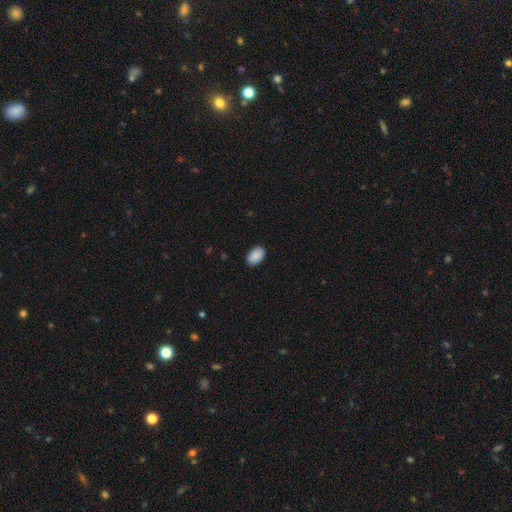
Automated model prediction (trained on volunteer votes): smooth-or-featured: smooth: 90% | star or artifact: 6% | featured or disk: 3%
  how-rounded: in between: 92% | round: 7% | cigar-shaped: 1%
  merging: none: 89% | minor disturbance: 8% | major disturbance: 2% | merger: 1%